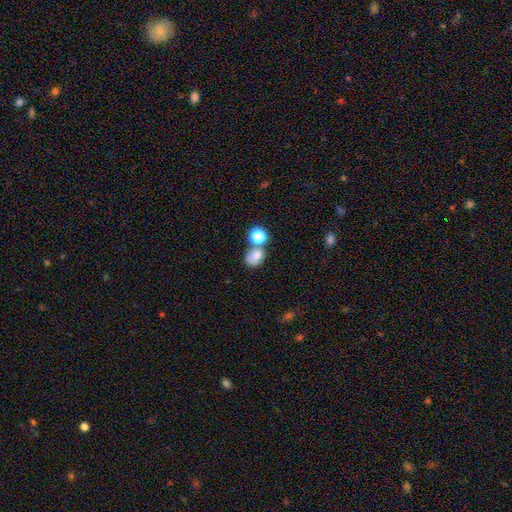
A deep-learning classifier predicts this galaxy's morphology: smooth-or-featured: smooth: 76% | star or artifact: 13% | featured or disk: 11%
  how-rounded: in between: 57% | round: 42% | cigar-shaped: 1%
  merging: none: 43% | merger: 36% | minor disturbance: 14% | major disturbance: 7%